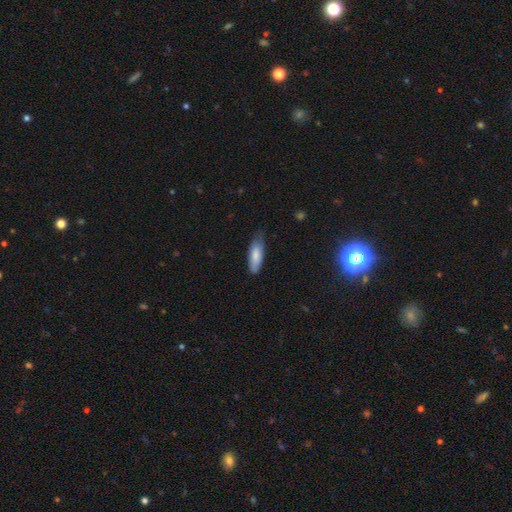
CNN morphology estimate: smooth-or-featured: smooth: 81% | featured or disk: 14% | star or artifact: 6%
  how-rounded: in between: 61% | cigar-shaped: 37% | round: 2%
  merging: none: 62% | minor disturbance: 31% | major disturbance: 5% | merger: 1%